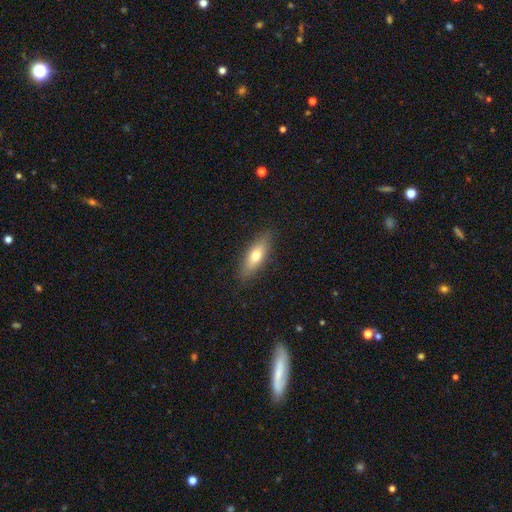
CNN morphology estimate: This appears to be a smooth galaxy with no disk features (69%) that is in between round and cigar-shaped (58%). Merging: none (86%).